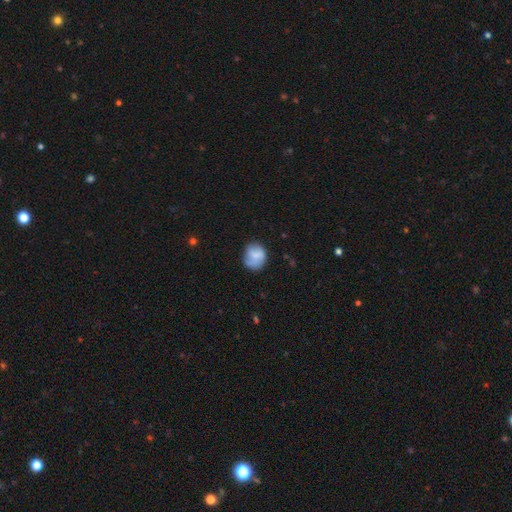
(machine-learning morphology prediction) Smooth or featured? smooth (69%)
How rounded? round (68%)
Merging? none (58%)